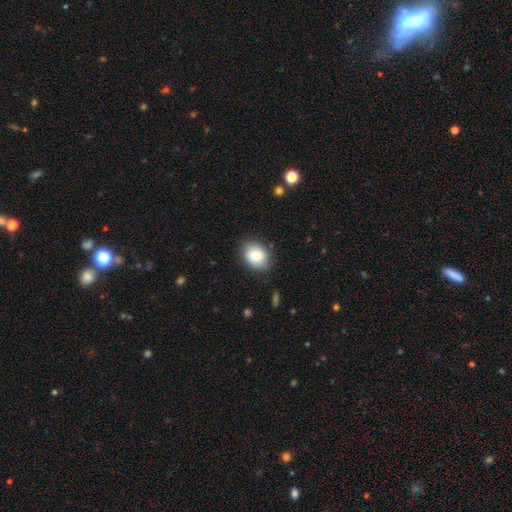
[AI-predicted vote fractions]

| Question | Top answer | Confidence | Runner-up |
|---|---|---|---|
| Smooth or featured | smooth | 84% | featured or disk (8%) |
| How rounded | in between | 66% | round (33%) |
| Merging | none | 82% | minor disturbance (14%) |